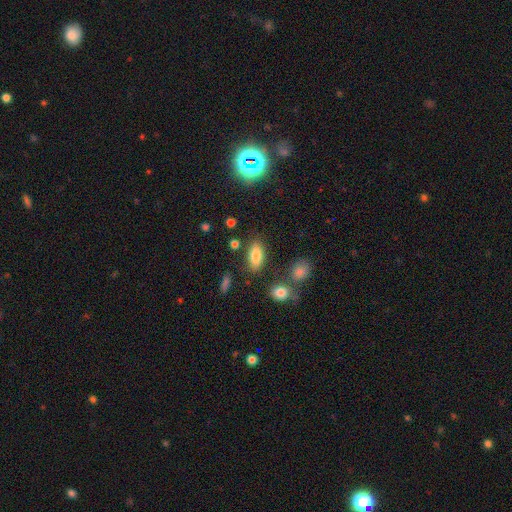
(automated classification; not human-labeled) This is clearly a smooth galaxy (83%). How rounded: clearly in between (87%). Merging: likely none (77%).